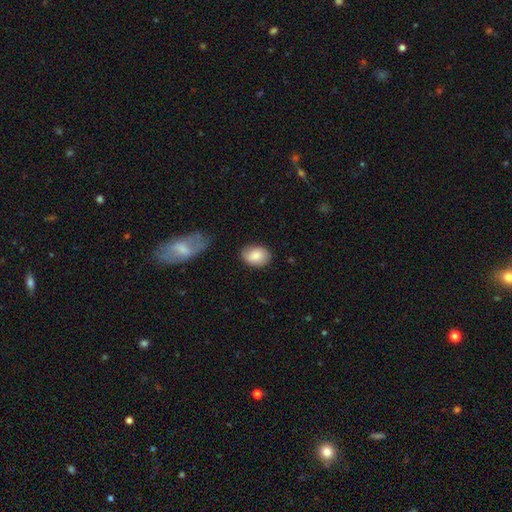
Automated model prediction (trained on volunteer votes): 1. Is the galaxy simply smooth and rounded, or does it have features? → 83% smooth, 10% featured or disk, 6% star or artifact.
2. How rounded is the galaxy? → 74% in between, 25% round, 1% cigar-shaped.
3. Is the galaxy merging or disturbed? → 79% none, 15% minor disturbance, 3% major disturbance, 2% merger.